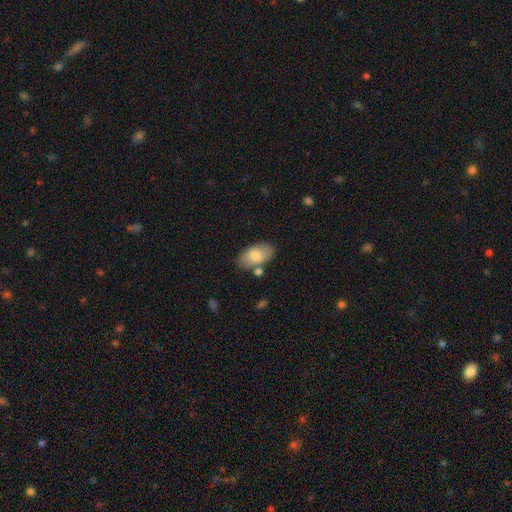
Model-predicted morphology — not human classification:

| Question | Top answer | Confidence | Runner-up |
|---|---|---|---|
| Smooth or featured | smooth | 76% | featured or disk (18%) |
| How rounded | in between | 94% | round (3%) |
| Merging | none | 75% | minor disturbance (14%) |